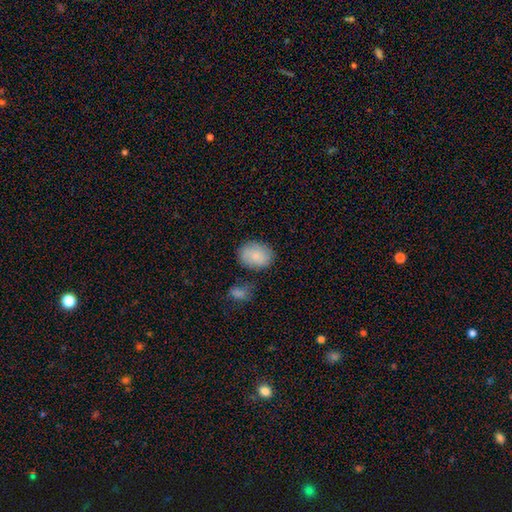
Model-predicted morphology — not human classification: Q: Smooth or featured?
A: smooth (85%); runner-up: featured or disk (8%)
Q: How rounded?
A: in between (75%); runner-up: round (24%)
Q: Merging?
A: none (72%); runner-up: minor disturbance (16%)